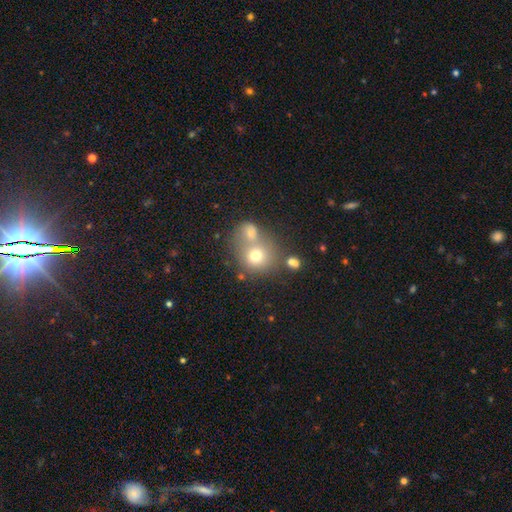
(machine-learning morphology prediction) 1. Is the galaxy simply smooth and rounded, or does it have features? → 70% smooth, 17% featured or disk, 13% star or artifact.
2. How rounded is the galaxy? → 81% round, 18% in between, 1% cigar-shaped.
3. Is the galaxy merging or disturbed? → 45% merger, 40% none, 10% minor disturbance, 6% major disturbance.